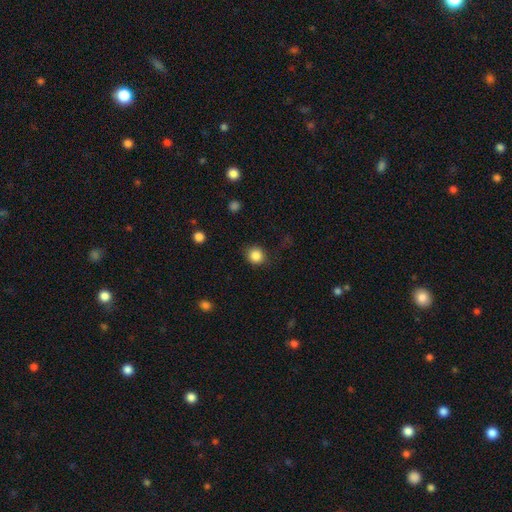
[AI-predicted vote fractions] This is clearly a smooth galaxy (85%). How rounded: clearly round (88%). Merging: clearly none (84%).